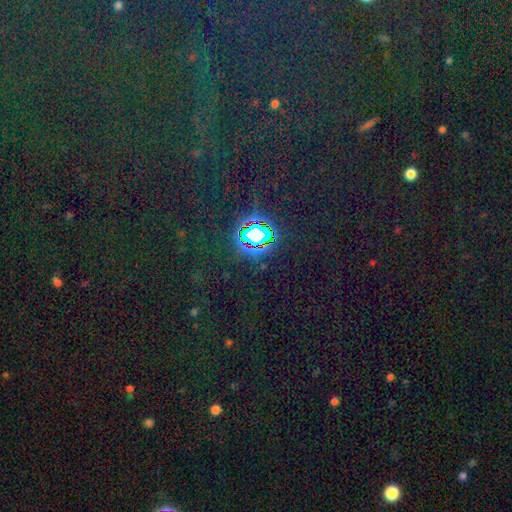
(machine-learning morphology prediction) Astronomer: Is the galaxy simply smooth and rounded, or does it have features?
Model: star or artifact — 82%.